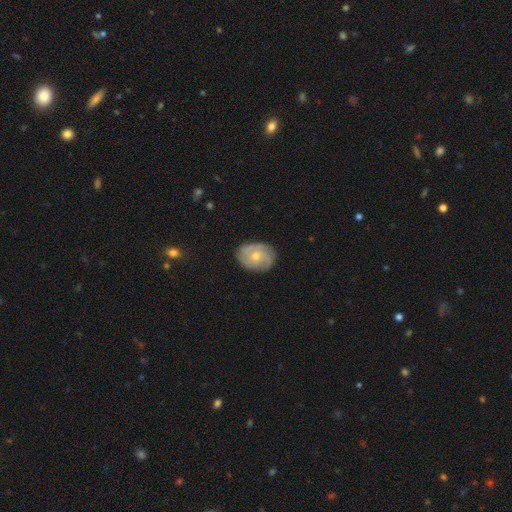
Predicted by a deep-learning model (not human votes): The model was most divided on "spiral arm count": 3: 31%, can't tell: 30%, 2: 20%, 4: 10%, 1: 5%, more than 4: 5%. More confident: edge-on disk — no (97%); spiral arms — yes (87%); bar — no (78%); merging — none (77%); smooth or featured — featured or disk (64%); spiral winding — tight (52%); bulge size — moderate (50%).